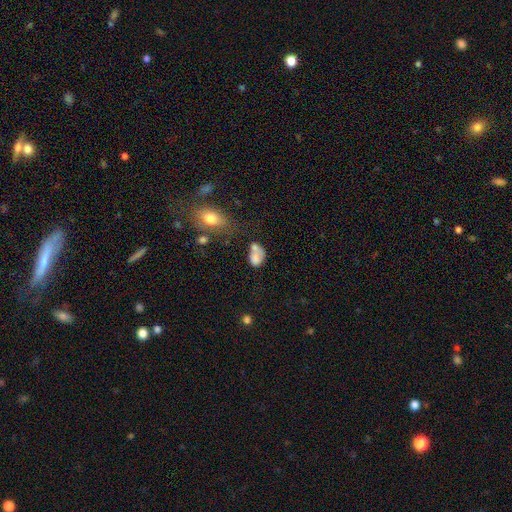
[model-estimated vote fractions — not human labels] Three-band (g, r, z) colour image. It shows a smooth galaxy with no disk features (71%) that is in between round and cigar-shaped (73%). Merging: merger (38%).